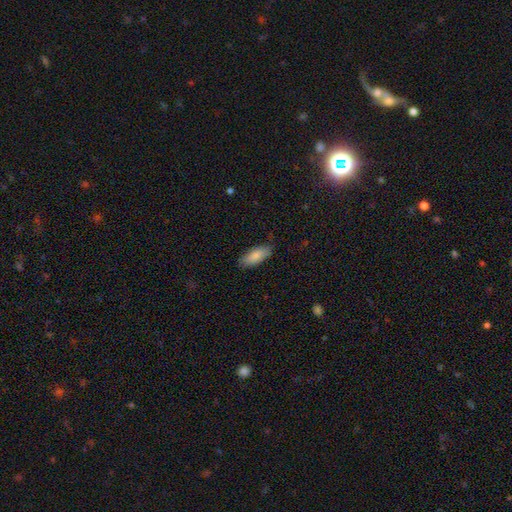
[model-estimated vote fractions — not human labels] A smooth galaxy with no disk features (85%) that is in between round and cigar-shaped (81%). Merging: none (80%).